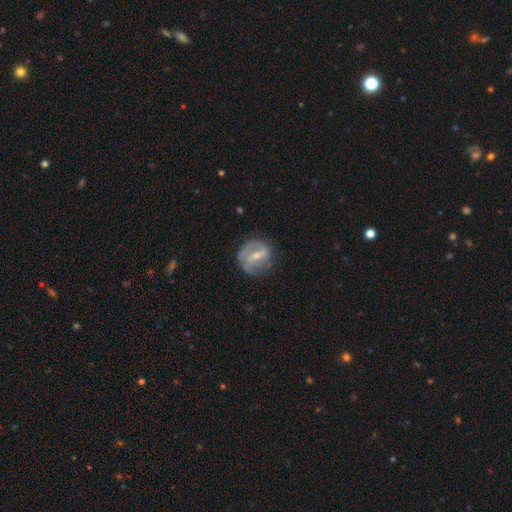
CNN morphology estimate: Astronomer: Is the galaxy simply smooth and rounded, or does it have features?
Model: featured or disk — 67%.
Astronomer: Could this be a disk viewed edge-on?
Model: no — 95%.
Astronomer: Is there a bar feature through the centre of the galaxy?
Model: weak — 43% (runner-up: strong, 41%).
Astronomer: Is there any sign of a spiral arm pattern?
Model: yes — 62% (runner-up: no, 38%).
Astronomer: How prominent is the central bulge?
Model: small — 51% (runner-up: moderate, 43%).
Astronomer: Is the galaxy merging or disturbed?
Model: none — 65%.